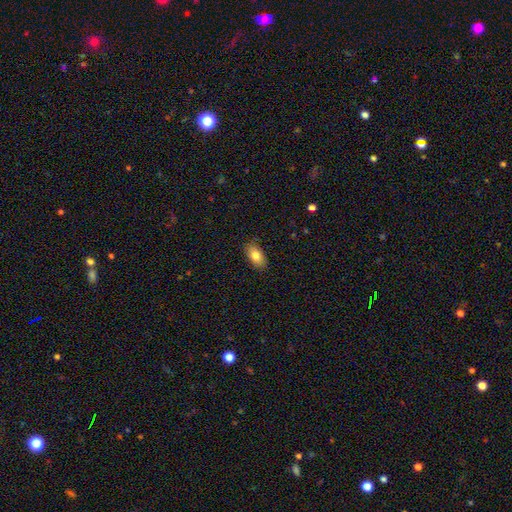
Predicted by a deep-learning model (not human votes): Smooth or featured?
  - smooth: 81% *
  - featured or disk: 11%
  - star or artifact: 7%
How rounded?
  - in between: 91% *
  - round: 6%
  - cigar-shaped: 3%
Merging?
  - none: 85% *
  - minor disturbance: 12%
  - major disturbance: 2%
  - merger: 1%